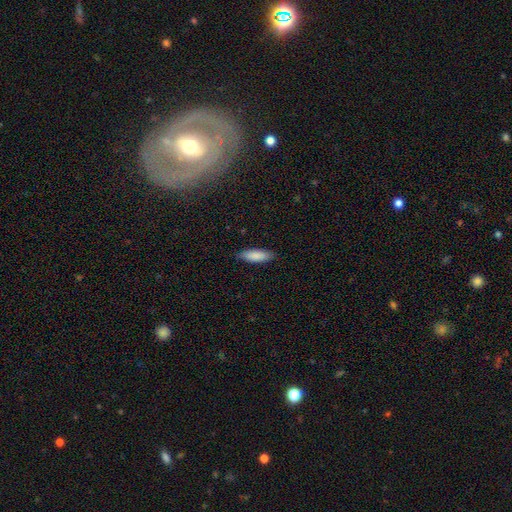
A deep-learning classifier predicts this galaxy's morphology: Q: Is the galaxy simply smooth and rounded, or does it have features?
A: smooth — 87%.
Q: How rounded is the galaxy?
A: in between — 55%.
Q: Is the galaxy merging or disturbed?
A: none — 86%.